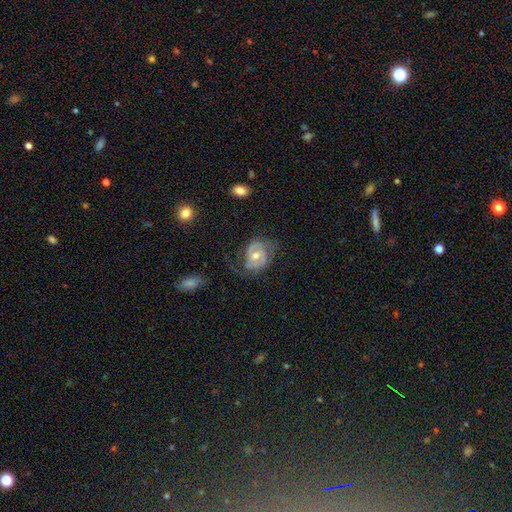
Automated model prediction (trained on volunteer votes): featured or disk 80%, smooth 13%, star or artifact 7%. Down the decision tree: edge-on disk — no (97%); bar — no (60%); spiral arms — yes (92%); spiral arm count — 2 (81%); spiral winding — medium (43%); bulge size — moderate (68%); merging — none (63%).